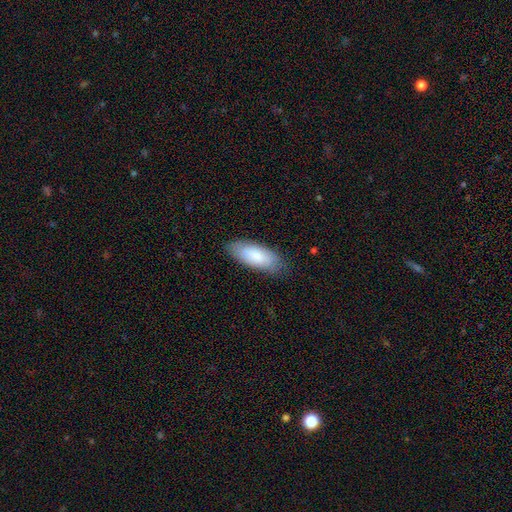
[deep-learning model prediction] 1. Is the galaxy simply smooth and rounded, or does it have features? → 80% smooth, 14% featured or disk, 6% star or artifact.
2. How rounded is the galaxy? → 83% in between, 15% cigar-shaped, 2% round.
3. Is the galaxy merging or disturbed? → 81% none, 15% minor disturbance, 3% major disturbance, 1% merger.